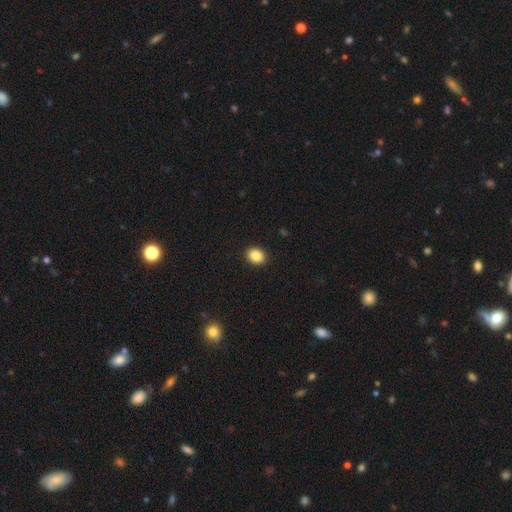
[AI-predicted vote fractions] Overall: smooth (88%). How rounded: round (52%; in between 48%). Merging: none (92%).